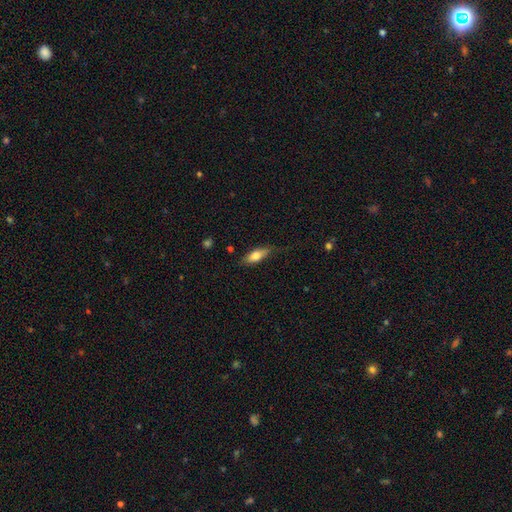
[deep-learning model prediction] smooth 69%, featured or disk 24%, star or artifact 6%. Down the decision tree: how rounded — in between (66%); merging — none (68%).